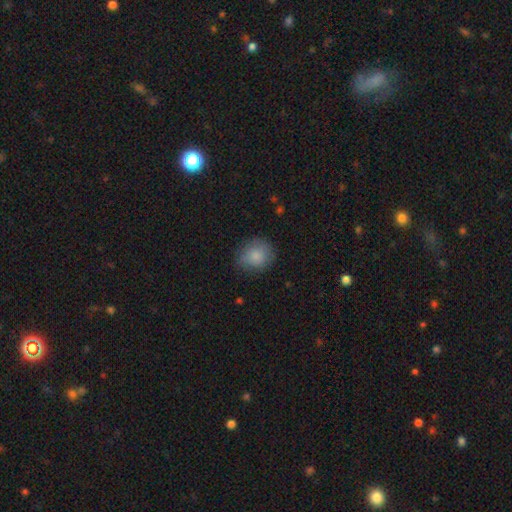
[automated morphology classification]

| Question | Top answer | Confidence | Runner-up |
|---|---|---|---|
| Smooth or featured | smooth | 83% | featured or disk (9%) |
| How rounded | round | 71% | in between (28%) |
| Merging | none | 75% | minor disturbance (19%) |